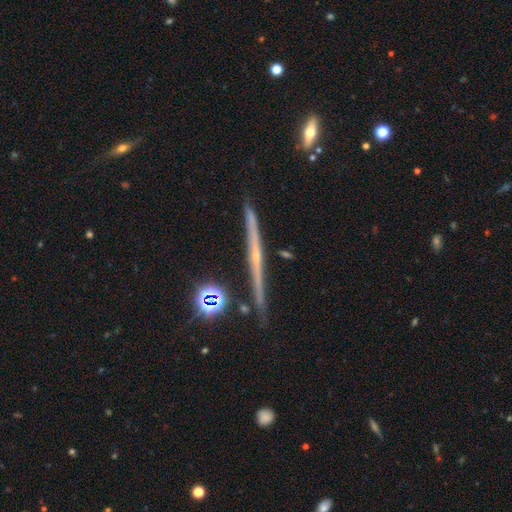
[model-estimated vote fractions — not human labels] Smooth or featured? Predicted: featured or disk (p=0.78). Edge-on disk? Predicted: yes (p=0.98). Edge-on bulge? Predicted: rounded (p=0.54). Merging? Predicted: none (p=0.85).